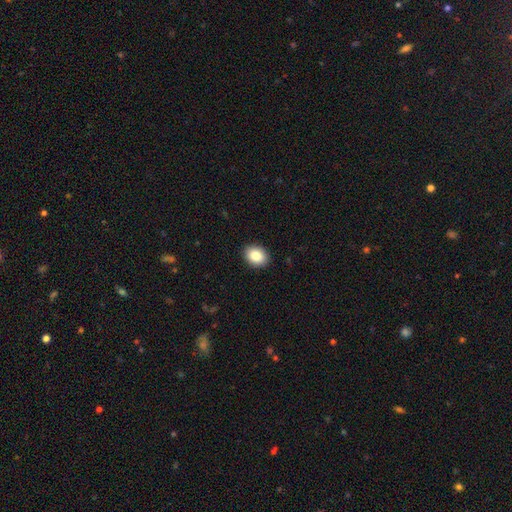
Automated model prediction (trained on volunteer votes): smooth 87%, star or artifact 8%, featured or disk 5%. Down the decision tree: how rounded — in between (66%); merging — none (90%).